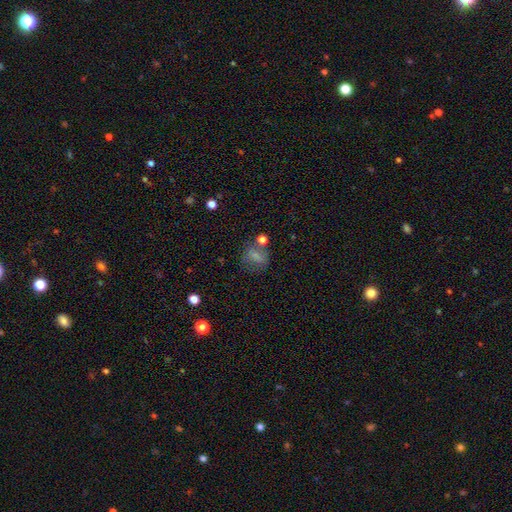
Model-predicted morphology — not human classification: Smooth or featured: smooth — 69% (featured or disk — 16%)
How rounded: in between — 49% (round — 48%)
Merging: none — 53% (minor disturbance — 20%)